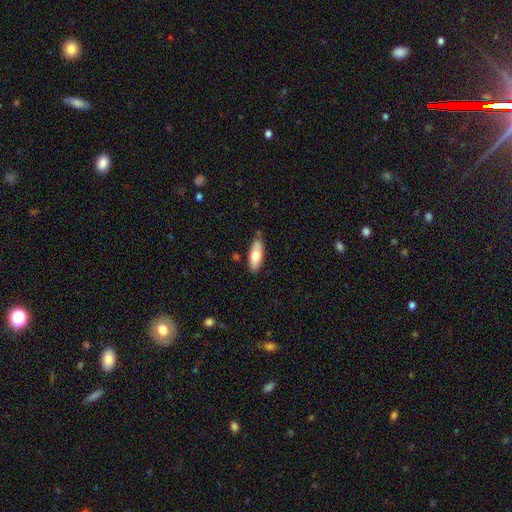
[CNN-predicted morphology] A smooth galaxy with no disk features (71%) that is in between round and cigar-shaped (70%).

Vote fractions:
- Smooth or featured? smooth: 71% / featured or disk: 23% / star or artifact: 6%
- How rounded? in between: 70% / cigar-shaped: 27% / round: 2%
- Merging? none: 78% / minor disturbance: 16% / merger: 3% / major disturbance: 3%